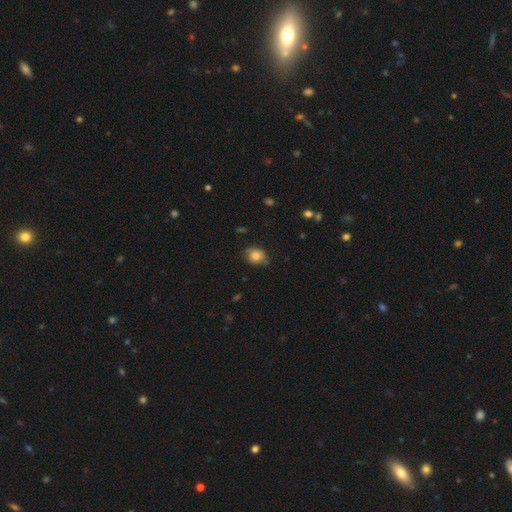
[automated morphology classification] This appears to be a smooth galaxy with no disk features (79%) that is round (52%). Merging: none (68%).